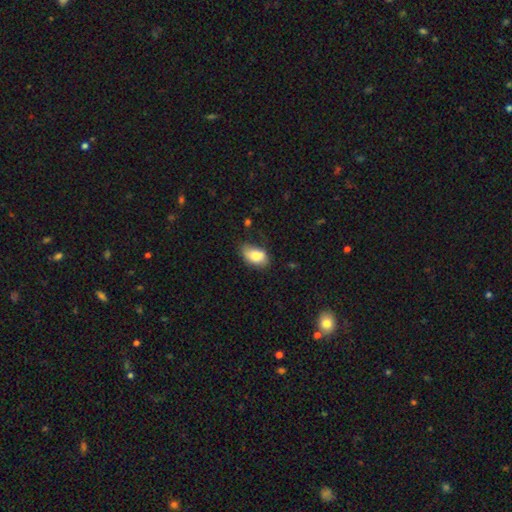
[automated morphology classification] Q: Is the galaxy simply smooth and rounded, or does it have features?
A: smooth — 78%.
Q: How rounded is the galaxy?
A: in between — 90%.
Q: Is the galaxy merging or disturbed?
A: none — 58%.